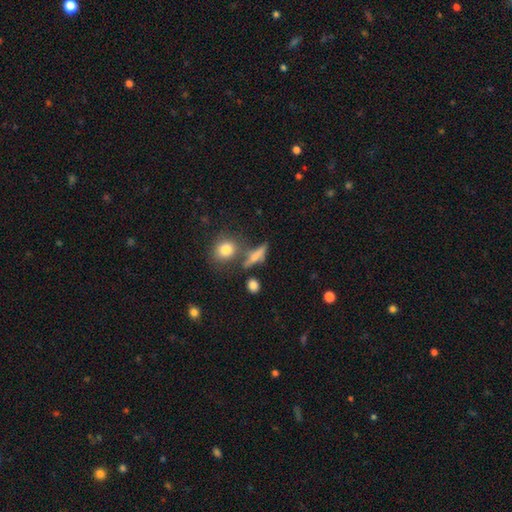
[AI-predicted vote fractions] smooth_or_featured: smooth (p=0.60) [alt: featured or disk p=0.27]
how_rounded: cigar-shaped (p=0.52) [alt: in between p=0.31]
merging: none (p=0.60) [alt: minor disturbance p=0.16]